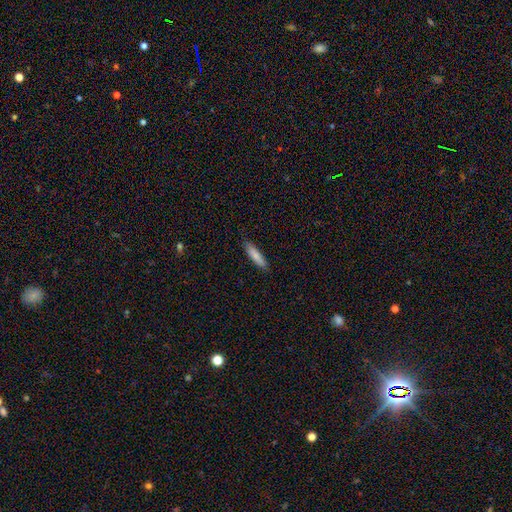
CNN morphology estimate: Q: Smooth or featured?
A: smooth (81%); runner-up: featured or disk (13%)
Q: How rounded?
A: cigar-shaped (75%); runner-up: in between (23%)
Q: Merging?
A: none (87%); runner-up: minor disturbance (10%)